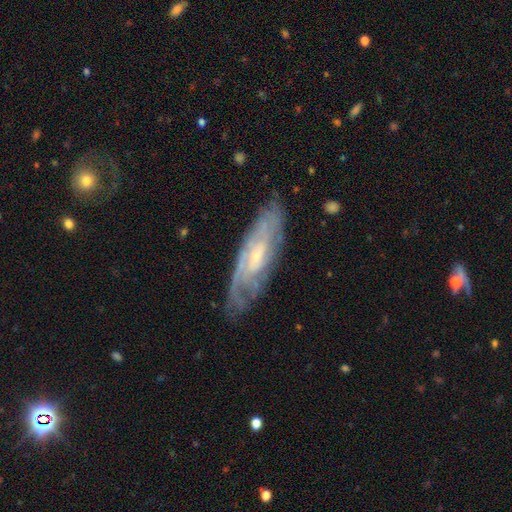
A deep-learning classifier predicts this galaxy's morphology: featured or disk 78%, smooth 16%, star or artifact 6%. Down the decision tree: edge-on disk — no (77%); bar — no (51%); spiral arms — yes (88%); spiral arm count — can't tell (54%); spiral winding — tight (59%); bulge size — small (68%); merging — none (73%).